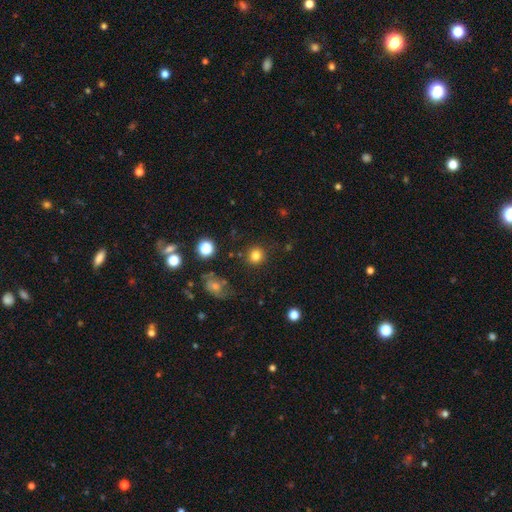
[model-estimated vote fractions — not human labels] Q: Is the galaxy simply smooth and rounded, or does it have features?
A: smooth — 81%.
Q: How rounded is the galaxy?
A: round — 91%.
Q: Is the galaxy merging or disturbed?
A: none — 87%.